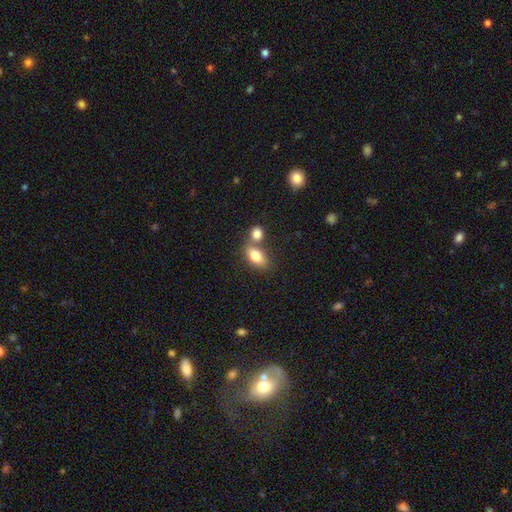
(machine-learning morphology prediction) Smooth or featured? smooth (81%)
How rounded? in between (85%)
Merging? none (45%)